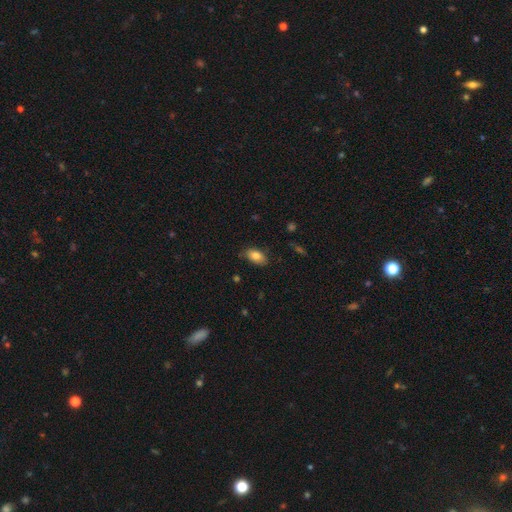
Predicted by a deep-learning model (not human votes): Smooth or featured: smooth — 82% (featured or disk — 10%)
How rounded: in between — 91% (round — 6%)
Merging: none — 78% (minor disturbance — 18%)